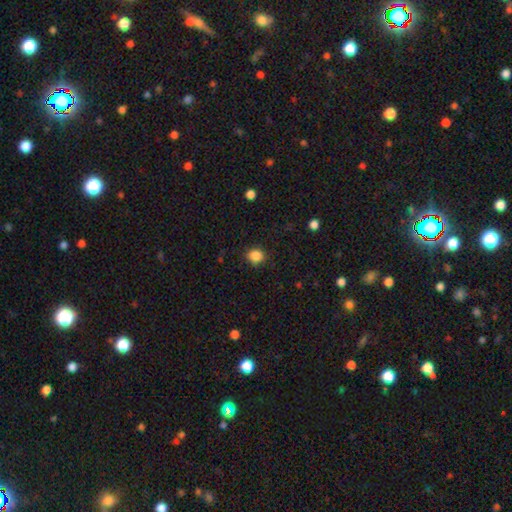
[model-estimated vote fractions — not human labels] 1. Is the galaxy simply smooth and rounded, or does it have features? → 86% smooth, 10% star or artifact, 3% featured or disk.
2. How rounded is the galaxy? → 76% round, 23% in between, 1% cigar-shaped.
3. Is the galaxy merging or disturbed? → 84% none, 12% minor disturbance, 3% major disturbance, 1% merger.